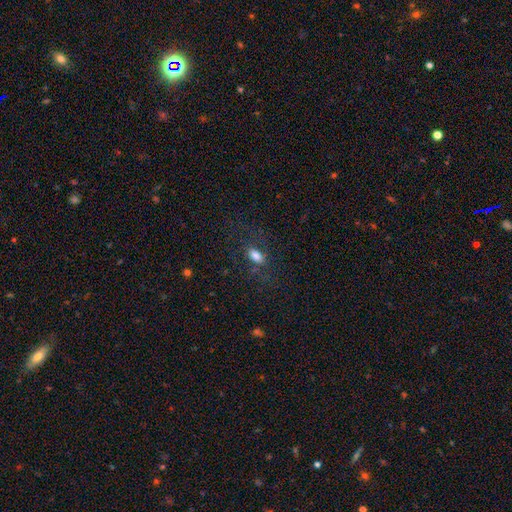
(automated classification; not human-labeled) A smooth galaxy with no disk features (71%) that is in between round and cigar-shaped (85%).

Vote fractions:
- Smooth or featured? smooth: 71% / featured or disk: 16% / star or artifact: 13%
- How rounded? in between: 85% / round: 8% / cigar-shaped: 7%
- Merging? none: 69% / minor disturbance: 16% / major disturbance: 13% / merger: 2%